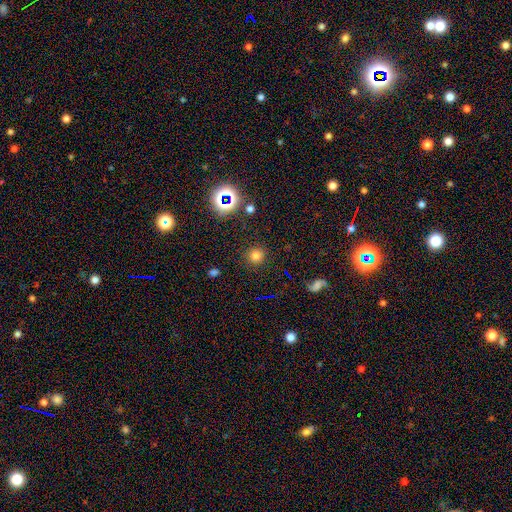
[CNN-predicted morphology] Q: Smooth or featured?
A: smooth (73%); runner-up: star or artifact (20%)
Q: How rounded?
A: round (93%); runner-up: in between (6%)
Q: Merging?
A: none (89%); runner-up: minor disturbance (6%)